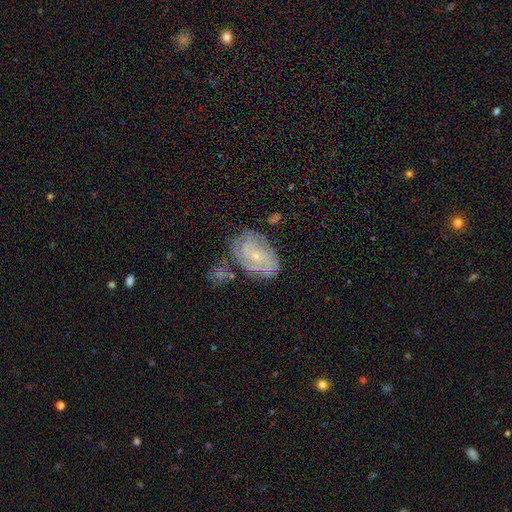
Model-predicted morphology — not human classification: smooth_or_featured: featured or disk (p=0.78) [alt: smooth p=0.15]
disk_edge_on: no (p=0.97) [alt: yes p=0.03]
bar: no (p=0.63) [alt: weak p=0.31]
has_spiral_arms: yes (p=0.93) [alt: no p=0.07]
spiral_winding: tight (p=0.64) [alt: medium p=0.29]
spiral_arm_count: can't tell (p=0.32) [alt: 2 p=0.27]
bulge_size: small (p=0.74) [alt: moderate p=0.22]
merging: none (p=0.63) [alt: minor disturbance p=0.21]